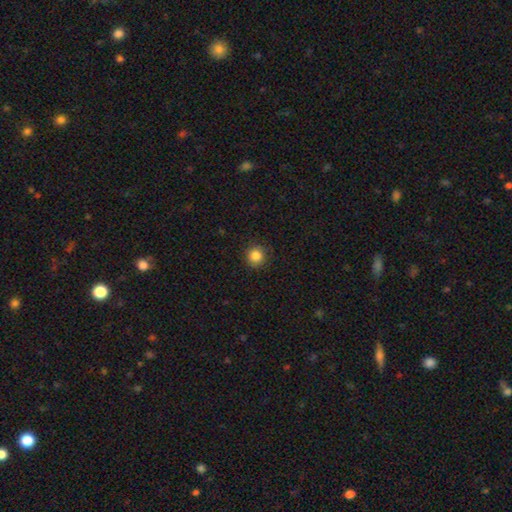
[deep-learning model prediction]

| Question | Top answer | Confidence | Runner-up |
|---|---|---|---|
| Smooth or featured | smooth | 85% | star or artifact (11%) |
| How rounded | round | 94% | in between (5%) |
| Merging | none | 90% | minor disturbance (7%) |